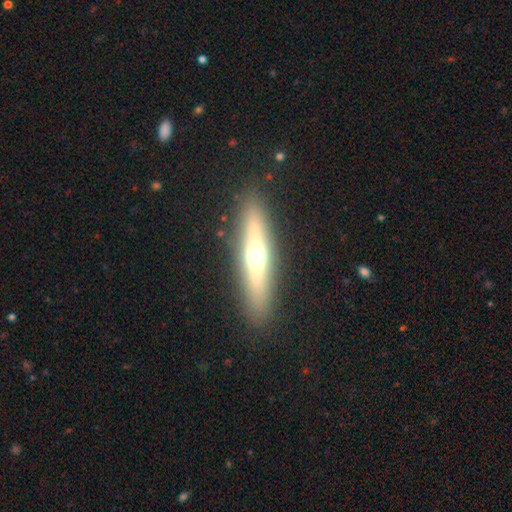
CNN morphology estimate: Smooth or featured: featured or disk — 49% (smooth — 44%)
Merging: none — 89% (minor disturbance — 7%)